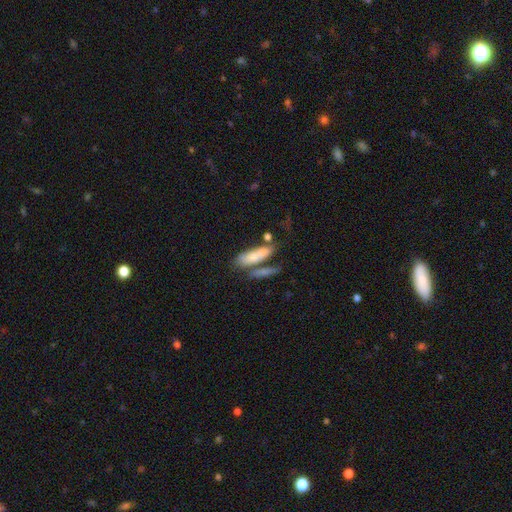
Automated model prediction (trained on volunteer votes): smooth 71%, featured or disk 22%, star or artifact 7%. Down the decision tree: how rounded — in between (52%); merging — none (44%).